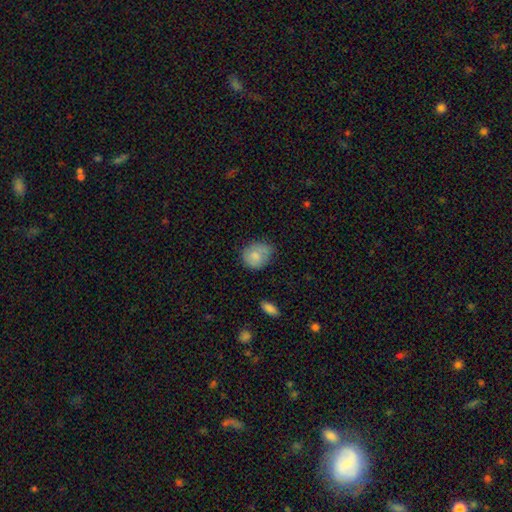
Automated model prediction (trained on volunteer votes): Smooth or featured? smooth (81%)
How rounded? round (65%)
Merging? none (58%)